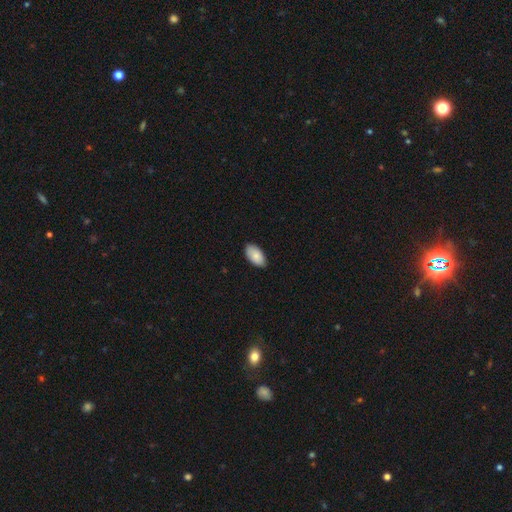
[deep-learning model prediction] This is clearly a smooth galaxy (86%). How rounded: clearly in between (96%). Merging: clearly none (86%).